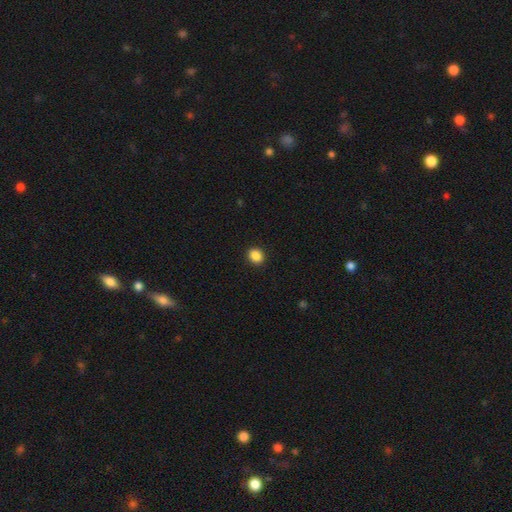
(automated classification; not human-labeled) This is clearly a smooth galaxy (88%). How rounded: possibly round (59%). Merging: clearly none (91%).